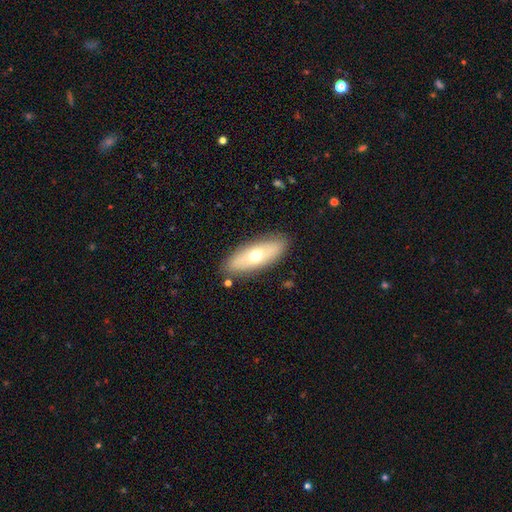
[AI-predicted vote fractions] Q: Smooth or featured?
A: smooth (57%); runner-up: featured or disk (37%)
Q: How rounded?
A: in between (69%); runner-up: cigar-shaped (28%)
Q: Merging?
A: none (86%); runner-up: minor disturbance (10%)